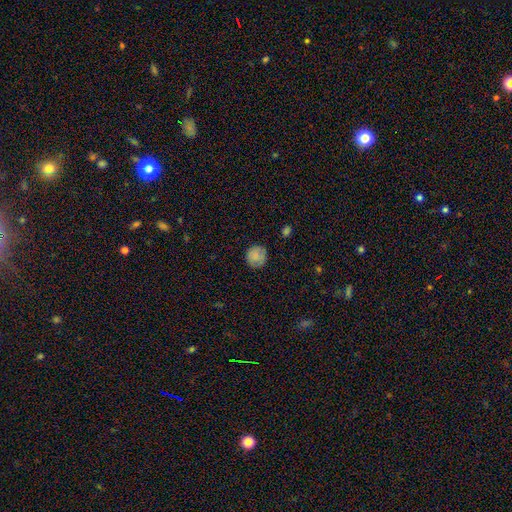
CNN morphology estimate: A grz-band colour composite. It shows a smooth galaxy with no disk features (84%) that is round (91%). Merging: none (83%).